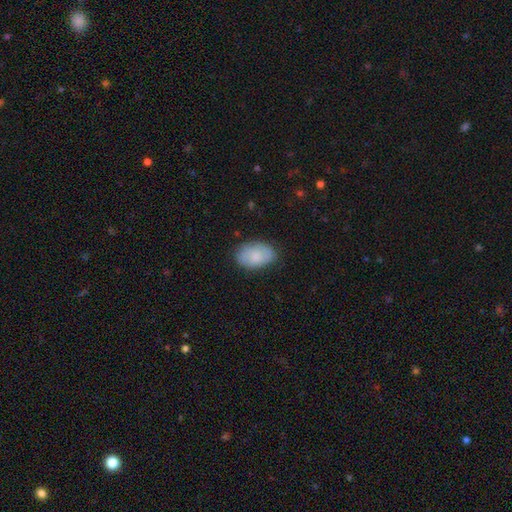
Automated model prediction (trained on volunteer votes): A smooth galaxy with no disk features (75%) that is in between round and cigar-shaped (91%).

Vote fractions:
- Smooth or featured? smooth: 75% / featured or disk: 18% / star or artifact: 7%
- How rounded? in between: 91% / round: 8% / cigar-shaped: 1%
- Merging? none: 78% / minor disturbance: 17% / major disturbance: 4% / merger: 1%